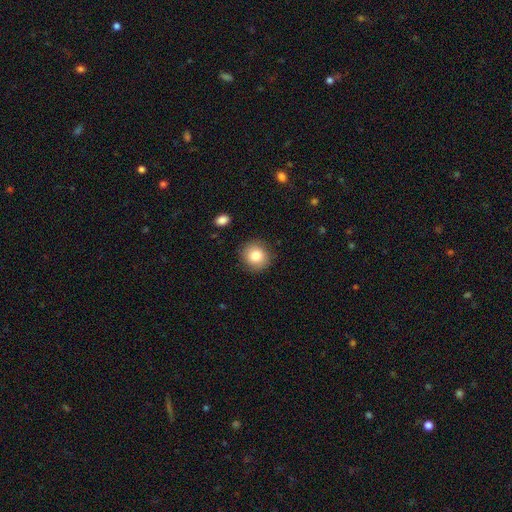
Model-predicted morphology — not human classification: Smooth or featured: smooth — 83% (star or artifact — 9%)
How rounded: round — 87% (in between — 12%)
Merging: none — 87% (minor disturbance — 9%)